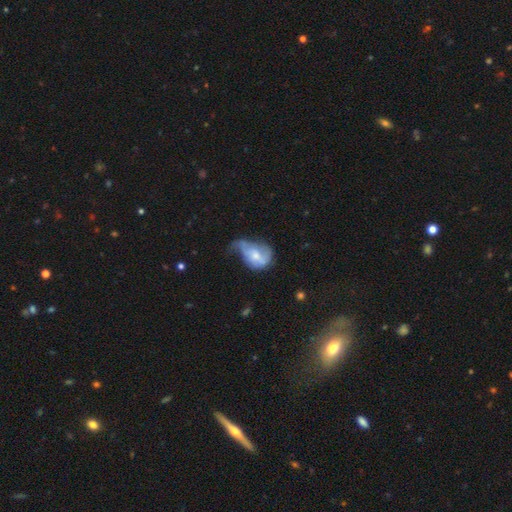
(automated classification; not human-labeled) smooth-or-featured: smooth: 51% | featured or disk: 42% | star or artifact: 8%
  how-rounded: in between: 69% | round: 29% | cigar-shaped: 2%
  merging: major disturbance: 45% | minor disturbance: 31% | none: 16% | merger: 7%